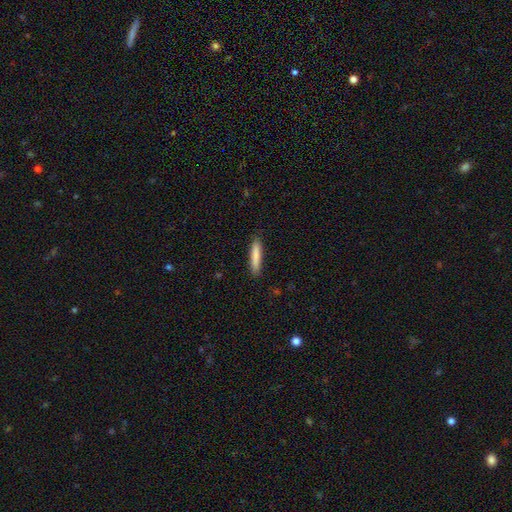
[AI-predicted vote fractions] smooth-or-featured: smooth: 83% | featured or disk: 11% | star or artifact: 6%
  how-rounded: cigar-shaped: 88% | in between: 11% | round: 1%
  merging: none: 89% | minor disturbance: 9% | major disturbance: 2% | merger: 1%